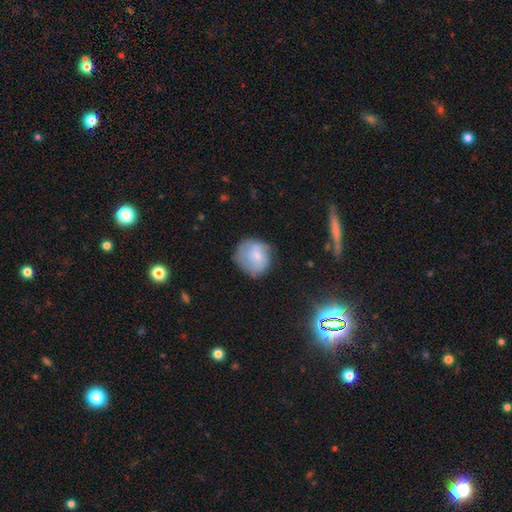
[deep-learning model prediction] This is likely a smooth galaxy (69%). How rounded: clearly round (80%). Merging: likely none (63%).